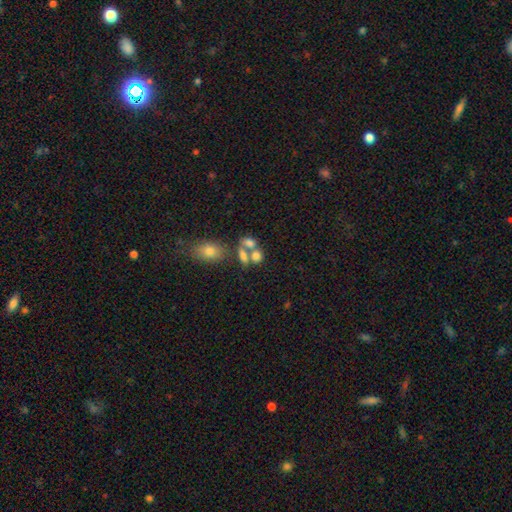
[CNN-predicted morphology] A smooth galaxy with no disk features (70%) that is in between round and cigar-shaped (58%). Merging: merger (54%).